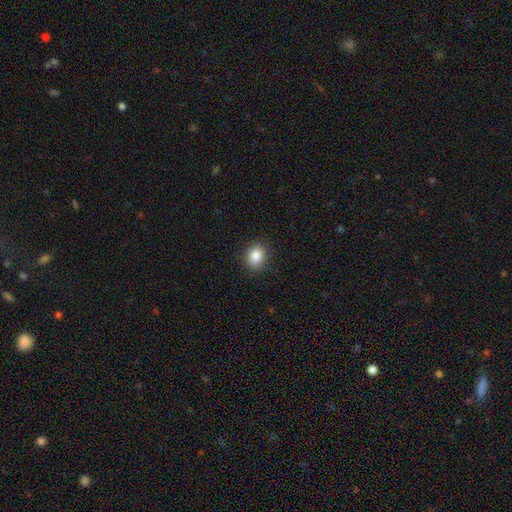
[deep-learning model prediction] Overall: smooth (86%). How rounded: round (71%). Merging: none (88%).